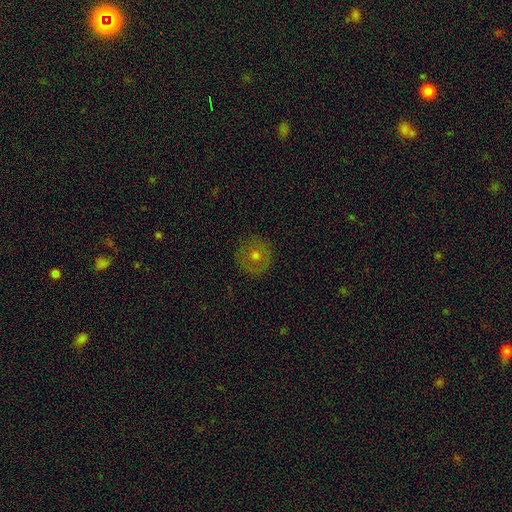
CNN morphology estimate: This is possibly a smooth galaxy (55%). How rounded: clearly round (92%). Merging: clearly none (86%).